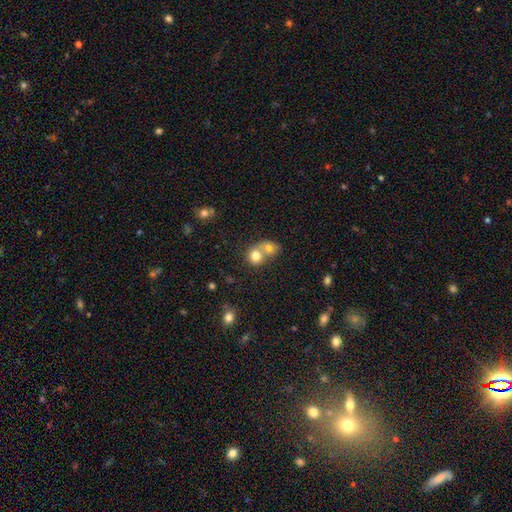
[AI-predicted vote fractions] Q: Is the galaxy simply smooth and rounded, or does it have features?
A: smooth — 76%.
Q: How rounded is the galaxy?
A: round — 75%.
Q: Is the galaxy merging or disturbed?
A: merger — 67%.